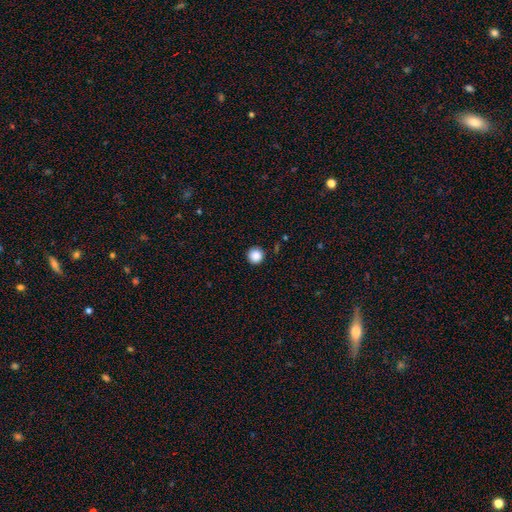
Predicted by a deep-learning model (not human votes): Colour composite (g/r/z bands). It shows a smooth galaxy with no disk features (88%) that is round (96%). Merging: none (92%).